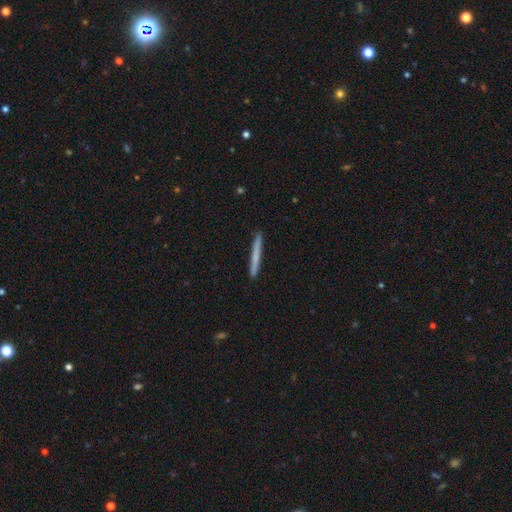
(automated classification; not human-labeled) Smooth or featured?
  - smooth: 65% *
  - featured or disk: 30%
  - star or artifact: 5%
How rounded?
  - cigar-shaped: 97% *
  - in between: 2%
  - round: 1%
Merging?
  - none: 93% *
  - minor disturbance: 5%
  - major disturbance: 1%
  - merger: 1%